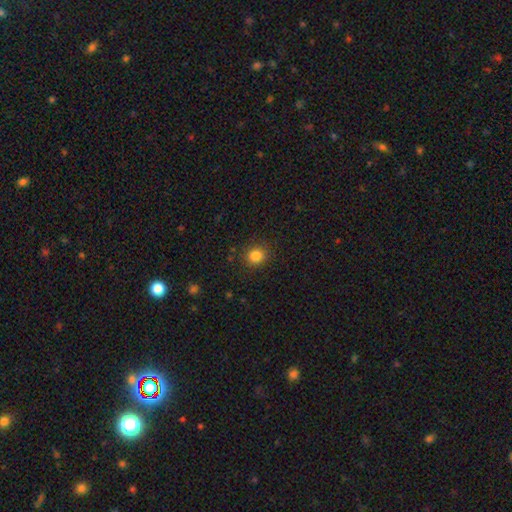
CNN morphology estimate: smooth 83%, star or artifact 12%, featured or disk 5%. Down the decision tree: how rounded — round (84%); merging — none (88%).